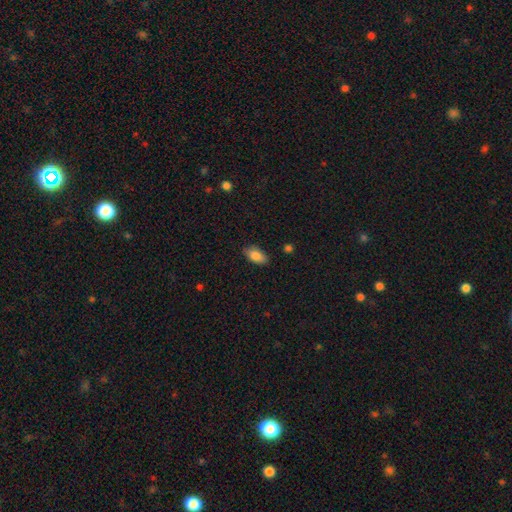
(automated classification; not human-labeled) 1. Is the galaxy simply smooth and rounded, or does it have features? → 86% smooth, 7% star or artifact, 7% featured or disk.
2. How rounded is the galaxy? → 93% in between, 4% cigar-shaped, 3% round.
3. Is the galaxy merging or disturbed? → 84% none, 12% minor disturbance, 2% major disturbance, 1% merger.